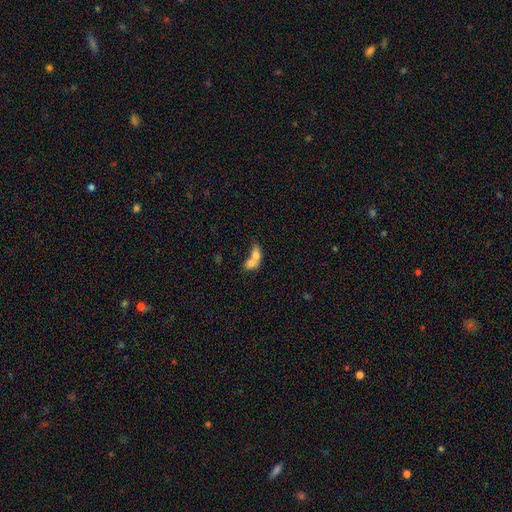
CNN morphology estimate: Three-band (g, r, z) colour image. It shows a smooth galaxy with no disk features (69%) that is in between round and cigar-shaped (70%). Merging: merger (78%).